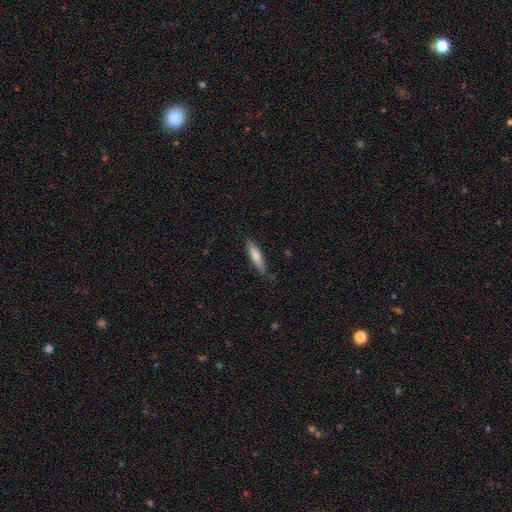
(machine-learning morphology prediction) smooth-or-featured: smooth: 74% | featured or disk: 20% | star or artifact: 6%
  how-rounded: cigar-shaped: 81% | in between: 18% | round: 1%
  merging: none: 79% | minor disturbance: 16% | major disturbance: 3% | merger: 2%